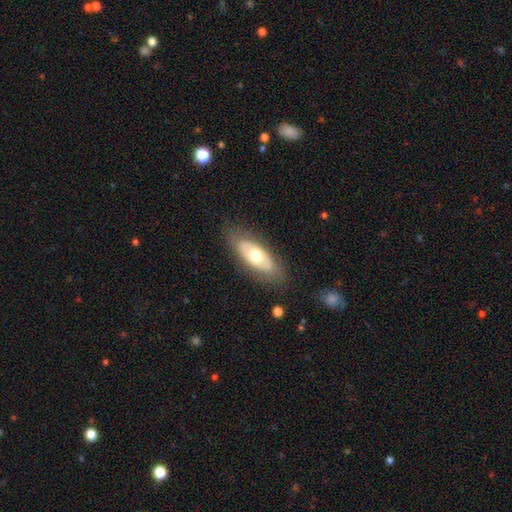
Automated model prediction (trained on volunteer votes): This is possibly a smooth galaxy (49%). Merging: likely none (79%).